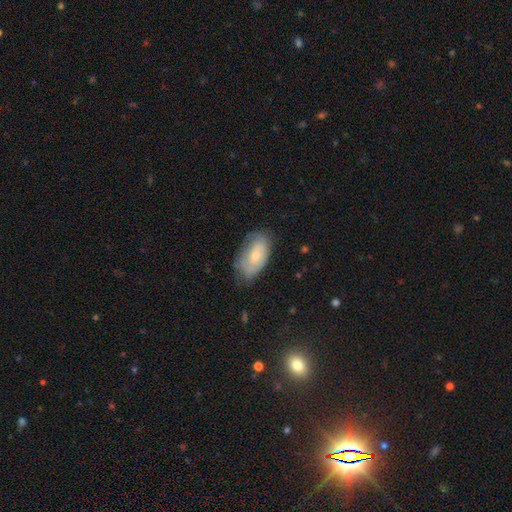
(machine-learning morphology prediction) smooth_or_featured: smooth (p=0.59) [alt: featured or disk p=0.34]
how_rounded: in between (p=0.93) [alt: round p=0.05]
merging: none (p=0.59) [alt: minor disturbance p=0.30]